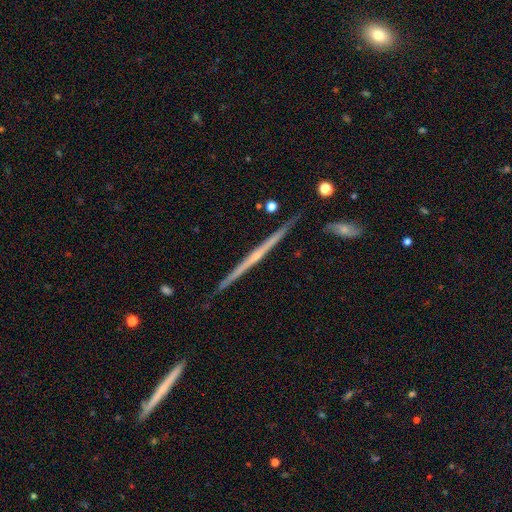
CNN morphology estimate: Overall: featured or disk (81%). Edge-on disk: yes (98%). Edge-on bulge: rounded (55%; none 40%). Merging: none (89%).